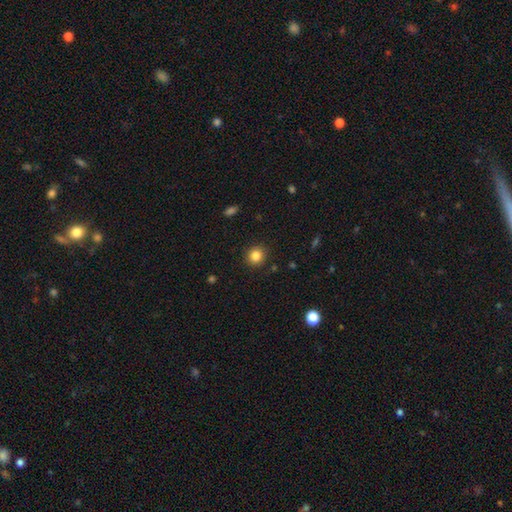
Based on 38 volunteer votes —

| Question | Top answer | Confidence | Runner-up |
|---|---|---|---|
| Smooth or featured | smooth | 92% | star or artifact (5%) |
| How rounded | round | 97% | in between (3%) |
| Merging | none | 86% | minor disturbance (8%) |